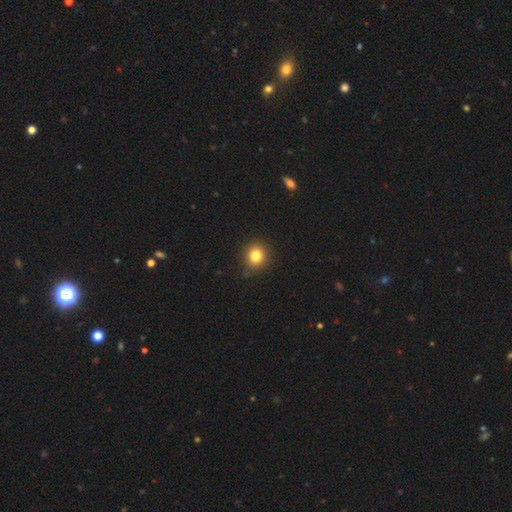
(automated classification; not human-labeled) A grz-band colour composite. It shows a smooth galaxy with no disk features (82%) that is round (86%). Merging: none (87%).